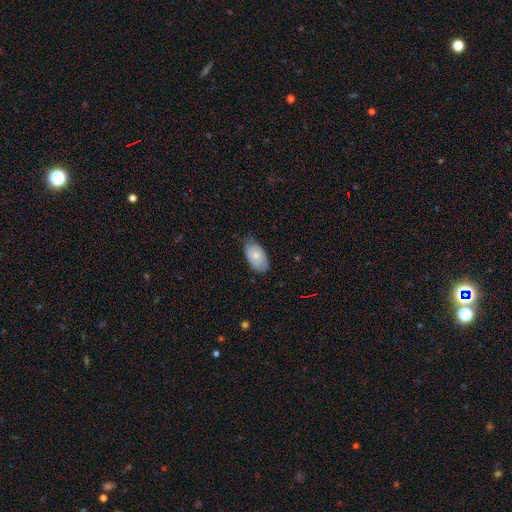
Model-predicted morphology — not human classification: Q: Smooth or featured?
A: smooth (72%); runner-up: featured or disk (22%)
Q: How rounded?
A: in between (94%); runner-up: round (4%)
Q: Merging?
A: none (67%); runner-up: minor disturbance (28%)